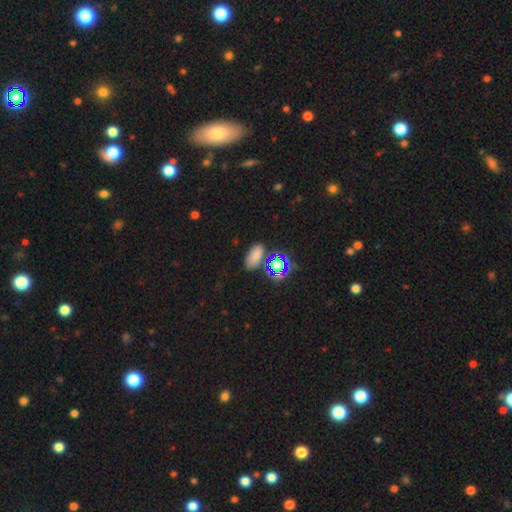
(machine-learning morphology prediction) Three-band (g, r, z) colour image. It shows a smooth galaxy with no disk features (69%) that is in between round and cigar-shaped (87%). Merging: none (77%).